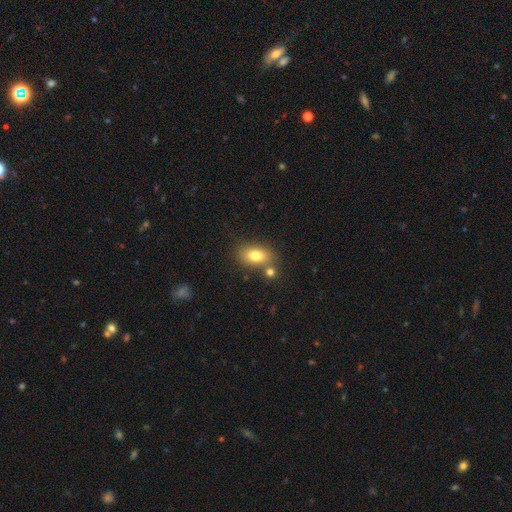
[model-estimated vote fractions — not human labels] A smooth galaxy with no disk features (78%) that is in between round and cigar-shaped (80%).

Vote fractions:
- Smooth or featured? smooth: 78% / featured or disk: 13% / star or artifact: 10%
- How rounded? in between: 80% / round: 18% / cigar-shaped: 2%
- Merging? none: 66% / merger: 17% / minor disturbance: 12% / major disturbance: 4%